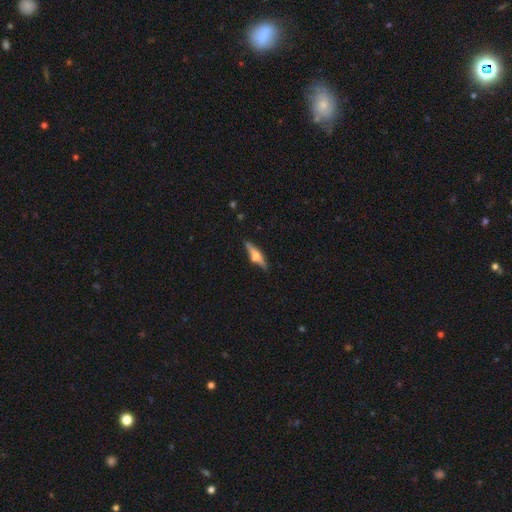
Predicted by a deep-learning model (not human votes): A featured or disk galaxy (64%) viewed edge-on (96%) with a rounded central bulge (85%). Merging: none (81%).